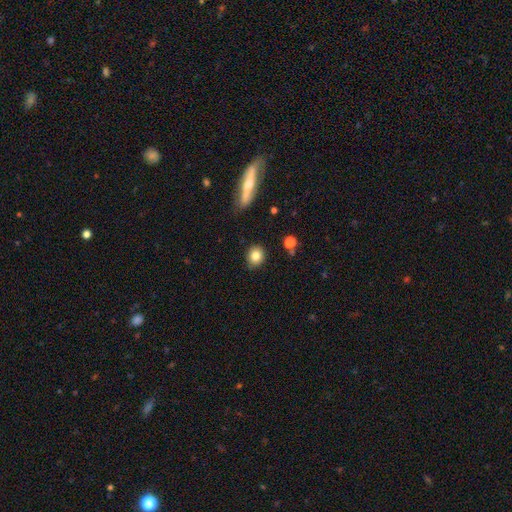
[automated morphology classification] smooth 82%, star or artifact 9%, featured or disk 8%. Down the decision tree: how rounded — round (78%); merging — none (86%).